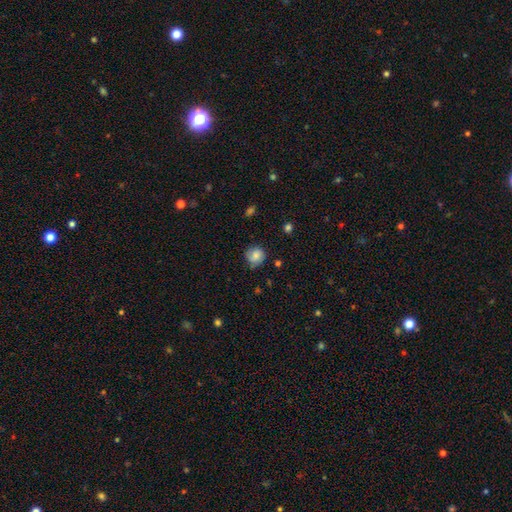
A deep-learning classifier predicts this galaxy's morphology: Smooth or featured? smooth (74%)
How rounded? round (87%)
Merging? none (73%)